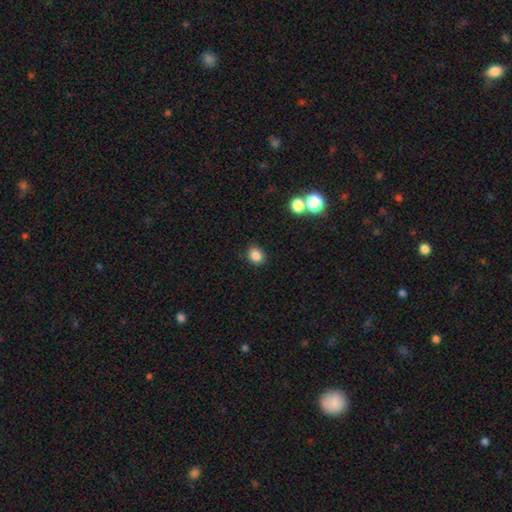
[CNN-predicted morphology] This appears to be a smooth galaxy with no disk features (83%) that is round (60%). Merging: none (87%).